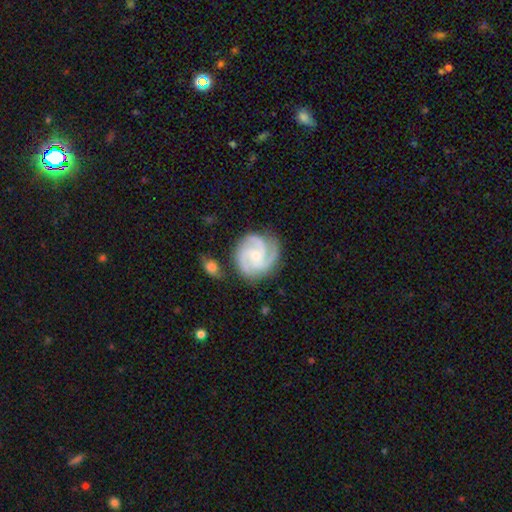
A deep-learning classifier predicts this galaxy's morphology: type=featured or disk (89%); edge-on=no (98%); bar=no (69%); spiral arms=yes (98%); winding=tight (53%); arm count=3 (70%); bulge=small (73%); merging=none (76%).